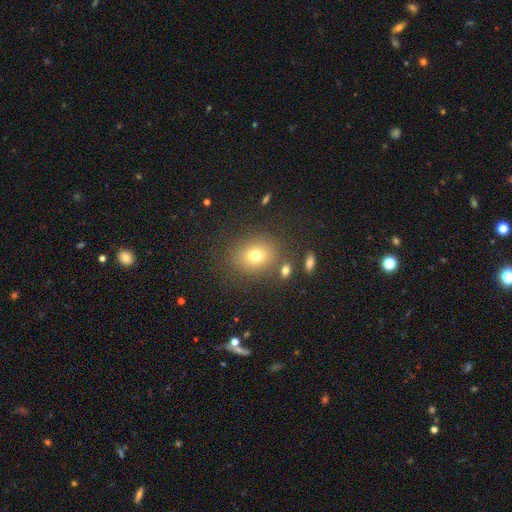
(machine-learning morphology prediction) type=smooth (72%); roundness=round (61%); merging=none (80%).